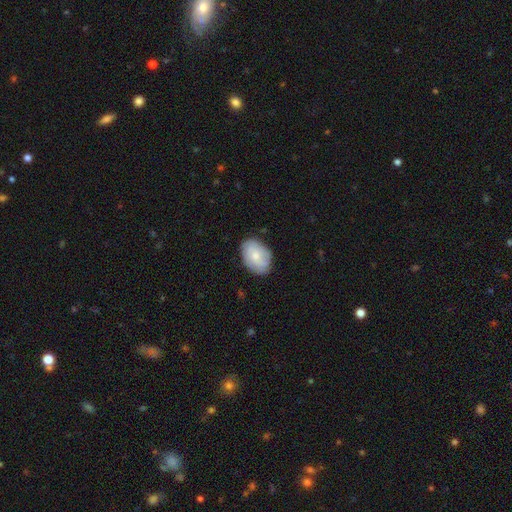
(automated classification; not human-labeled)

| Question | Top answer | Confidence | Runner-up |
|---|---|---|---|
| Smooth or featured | smooth | 55% | featured or disk (38%) |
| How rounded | in between | 80% | round (19%) |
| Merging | none | 77% | minor disturbance (18%) |